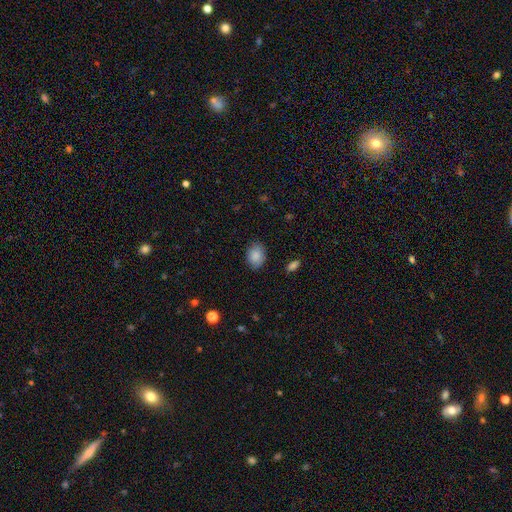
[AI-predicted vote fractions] A smooth galaxy with no disk features (87%) that is in between round and cigar-shaped (69%).

Vote fractions:
- Smooth or featured? smooth: 87% / star or artifact: 7% / featured or disk: 6%
- How rounded? in between: 69% / round: 30% / cigar-shaped: 1%
- Merging? none: 83% / minor disturbance: 13% / major disturbance: 3% / merger: 1%